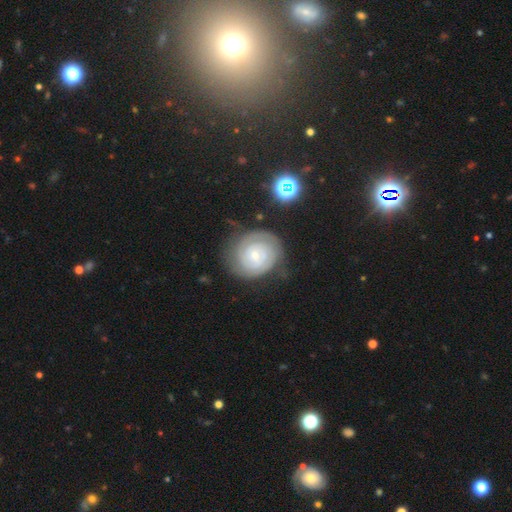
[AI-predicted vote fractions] featured or disk 80%, smooth 14%, star or artifact 6%. Down the decision tree: edge-on disk — no (98%); bar — no (65%); spiral arms — yes (94%); spiral arm count — 2 (45%); spiral winding — tight (81%); bulge size — small (72%); merging — none (71%).